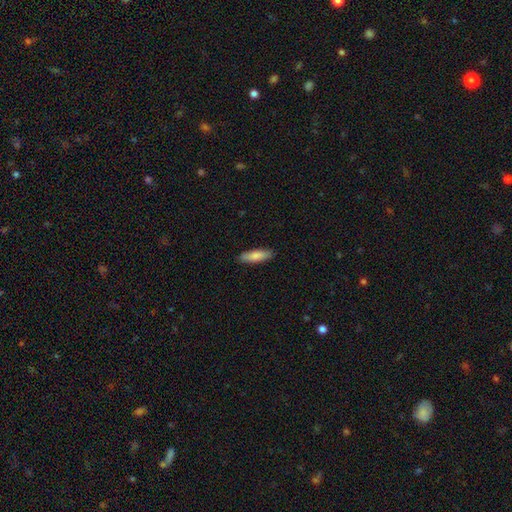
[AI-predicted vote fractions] smooth-or-featured: smooth: 83% | featured or disk: 11% | star or artifact: 5%
  how-rounded: cigar-shaped: 57% | in between: 42% | round: 2%
  merging: none: 88% | minor disturbance: 9% | major disturbance: 2% | merger: 1%